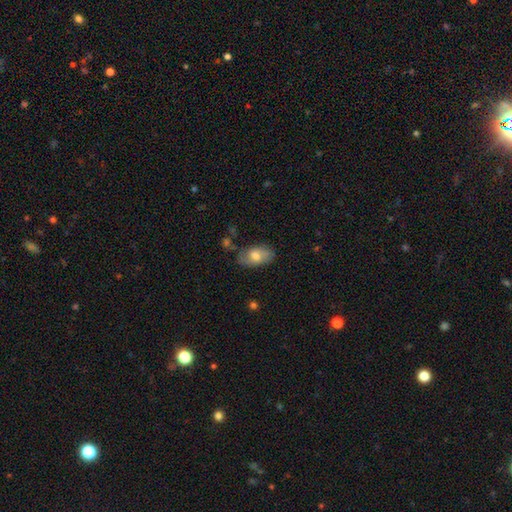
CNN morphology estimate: Overall: smooth (63%; featured or disk 30%). How rounded: in between (91%). Merging: none (68%).